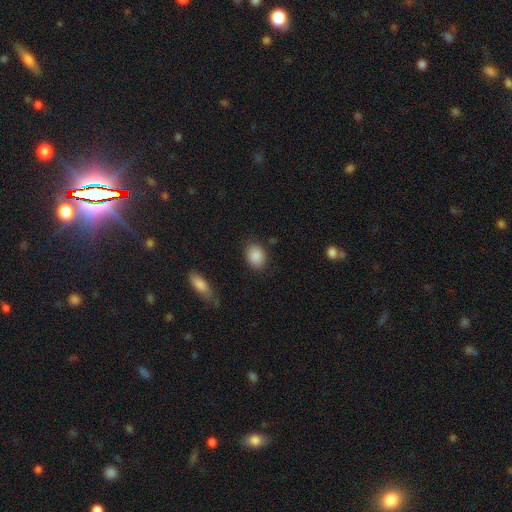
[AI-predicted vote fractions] Smooth or featured: smooth — 89% (star or artifact — 8%)
How rounded: in between — 61% (round — 37%)
Merging: none — 83% (minor disturbance — 11%)